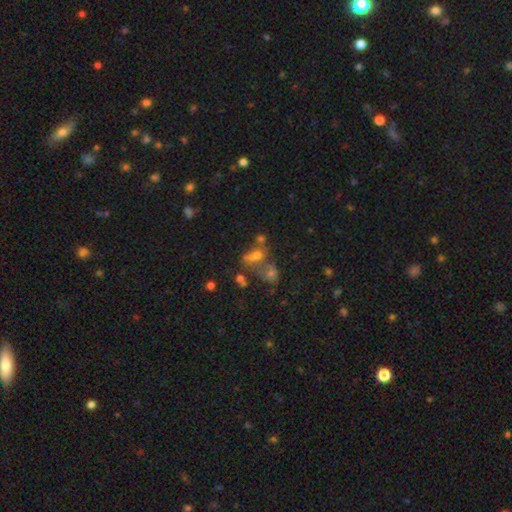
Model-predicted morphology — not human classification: A smooth galaxy with no disk features (47%). Merging: merger (46%).